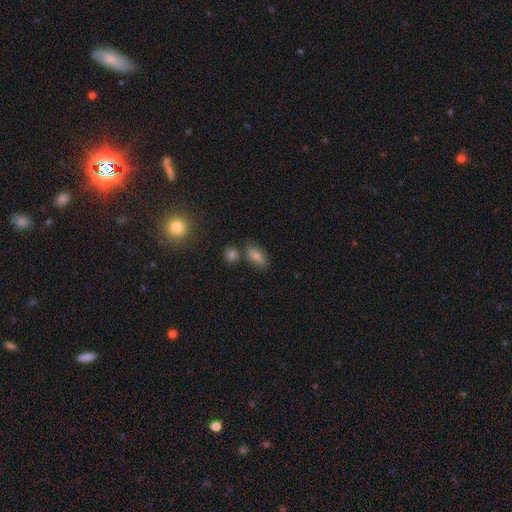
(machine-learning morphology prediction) Smooth or featured? smooth (72%)
How rounded? in between (78%)
Merging? none (73%)